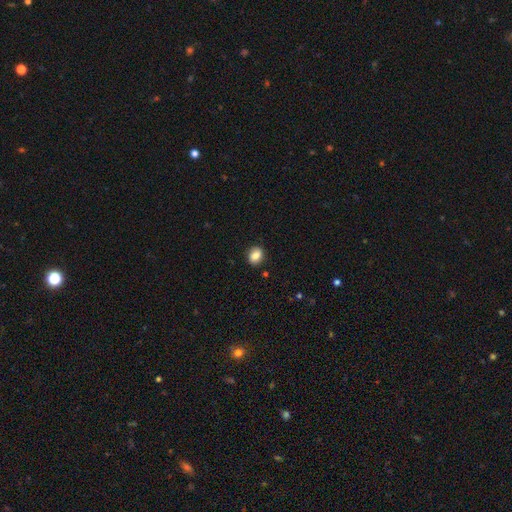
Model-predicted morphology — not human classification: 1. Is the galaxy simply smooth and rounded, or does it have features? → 82% smooth, 9% featured or disk, 9% star or artifact.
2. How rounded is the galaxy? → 50% round, 49% in between, 1% cigar-shaped.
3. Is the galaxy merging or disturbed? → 88% none, 9% minor disturbance, 2% major disturbance, 1% merger.